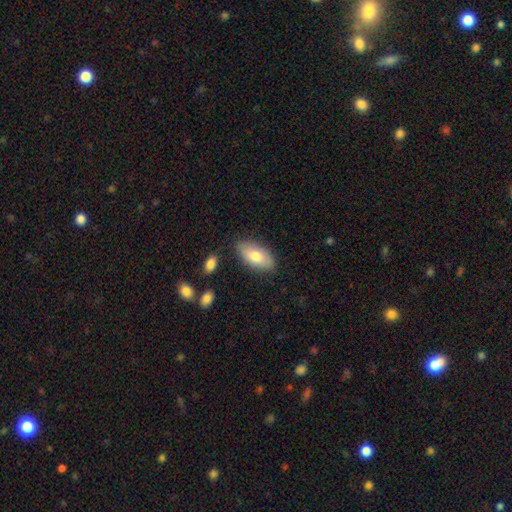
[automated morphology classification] Overall: smooth (75%). How rounded: in between (92%). Merging: none (81%).